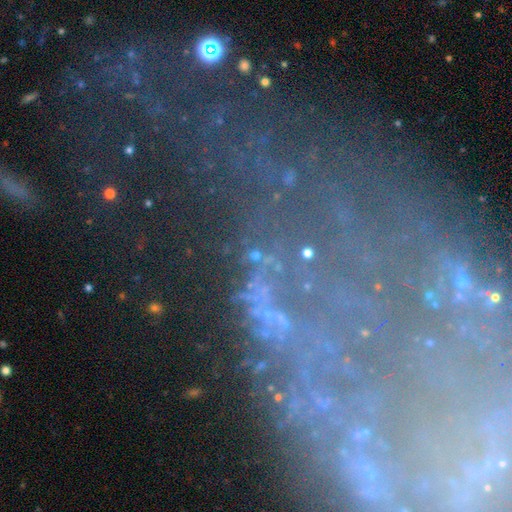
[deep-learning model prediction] Smooth or featured?
  - star or artifact: 48% *
  - smooth: 27%
  - featured or disk: 25%